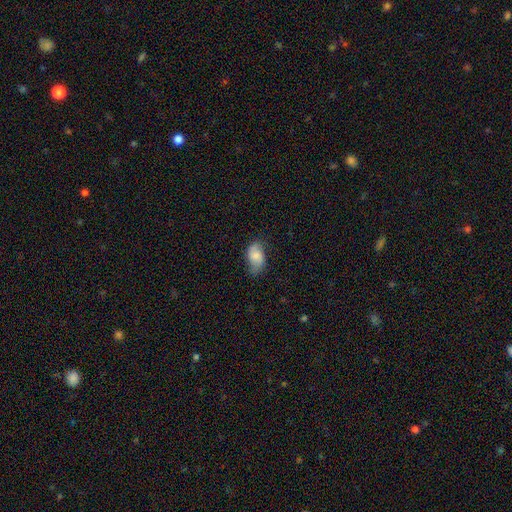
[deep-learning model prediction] Morphology: type=smooth (63%); roundness=in between (90%); merging=none (61%).